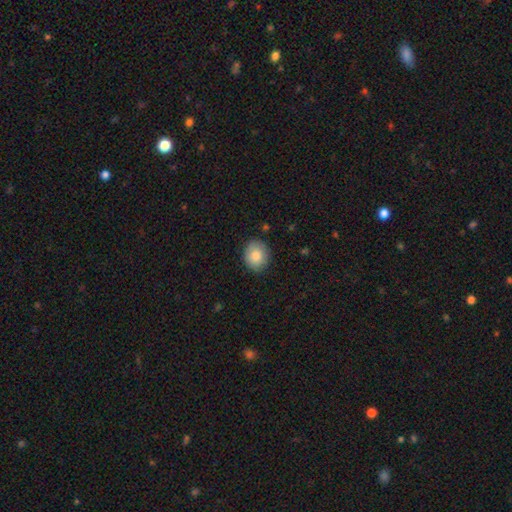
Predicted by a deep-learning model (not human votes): smooth 83%, featured or disk 9%, star or artifact 7%. Down the decision tree: how rounded — round (69%); merging — none (85%).